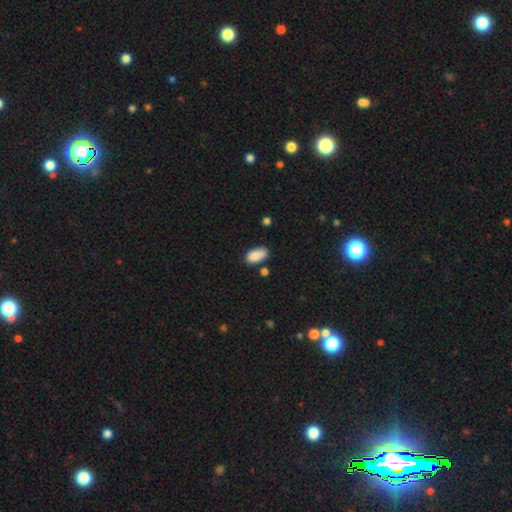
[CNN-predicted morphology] This appears to be a smooth galaxy with no disk features (88%) that is in between round and cigar-shaped (93%). Merging: none (73%).